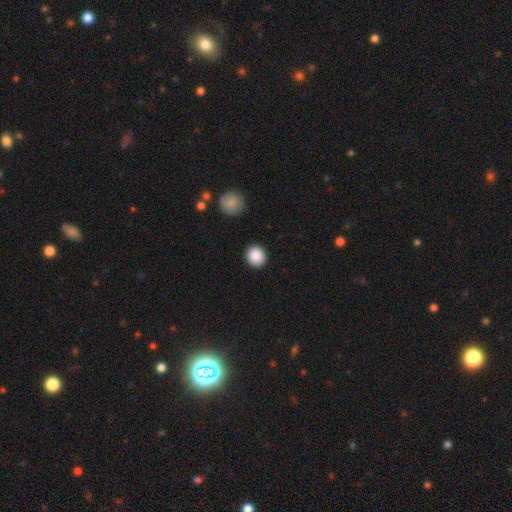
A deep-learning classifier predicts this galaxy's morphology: smooth 89%, star or artifact 8%, featured or disk 3%. Down the decision tree: how rounded — round (87%); merging — none (91%).